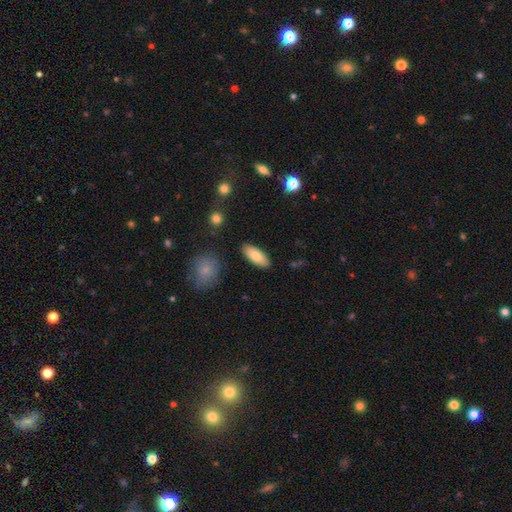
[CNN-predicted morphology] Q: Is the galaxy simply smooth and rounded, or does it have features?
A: smooth — 79%.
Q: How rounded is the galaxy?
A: in between — 82%.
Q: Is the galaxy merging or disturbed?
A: none — 88%.